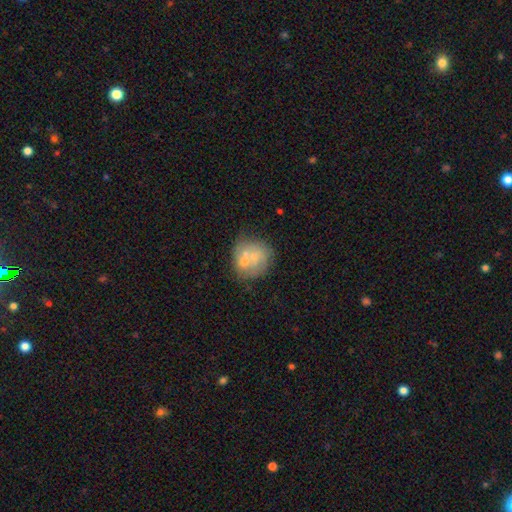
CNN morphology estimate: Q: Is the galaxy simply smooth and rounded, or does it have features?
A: smooth — 52%.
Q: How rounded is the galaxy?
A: round — 79%.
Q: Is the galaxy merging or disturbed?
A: none — 40%.